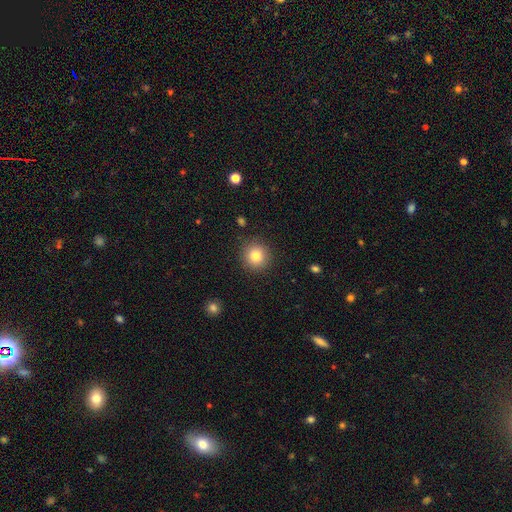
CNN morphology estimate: smooth 80%, star or artifact 11%, featured or disk 8%. Down the decision tree: how rounded — round (94%); merging — none (90%).